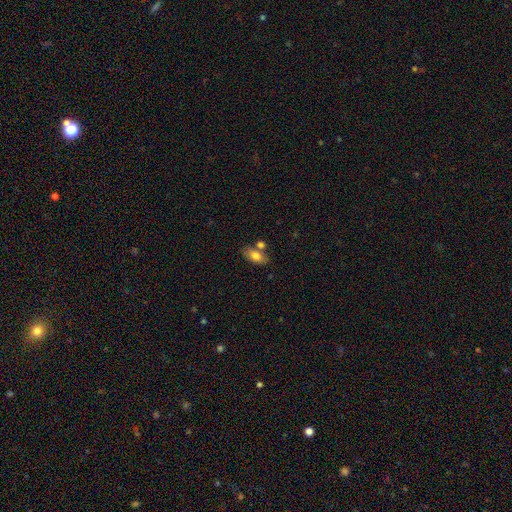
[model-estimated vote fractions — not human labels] This is likely a smooth galaxy (77%). How rounded: clearly in between (89%). Merging: likely none (62%).